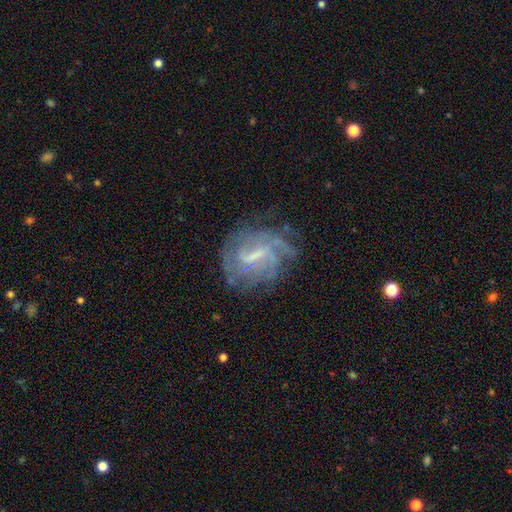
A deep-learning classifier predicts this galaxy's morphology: This is likely a featured or disk galaxy (78%). It is clearly not viewed edge-on (96%). Bar: possibly weak (54%). Spiral arm pattern: clearly yes (81%). Spiral arm count: possibly can't tell (51%). Spiral winding: possibly tight (45%). Central bulge: marginally small (43%). Merging: likely none (60%).